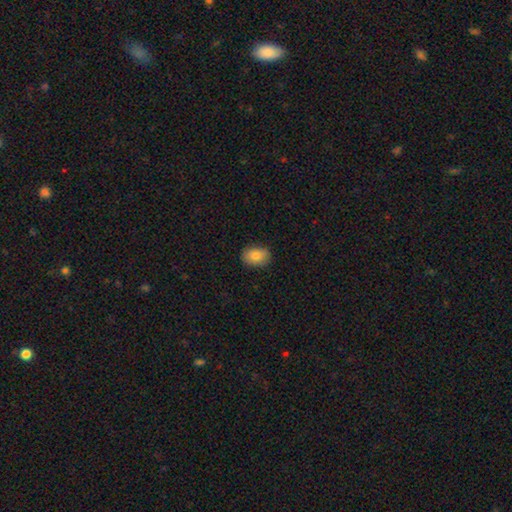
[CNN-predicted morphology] A smooth galaxy with no disk features (84%) that is in between round and cigar-shaped (78%). Merging: none (85%).